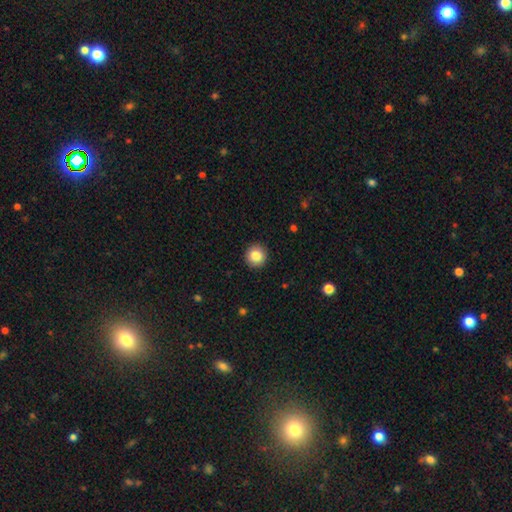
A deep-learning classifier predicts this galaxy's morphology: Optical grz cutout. It shows a smooth galaxy with no disk features (84%) that is round (94%). Merging: none (93%).